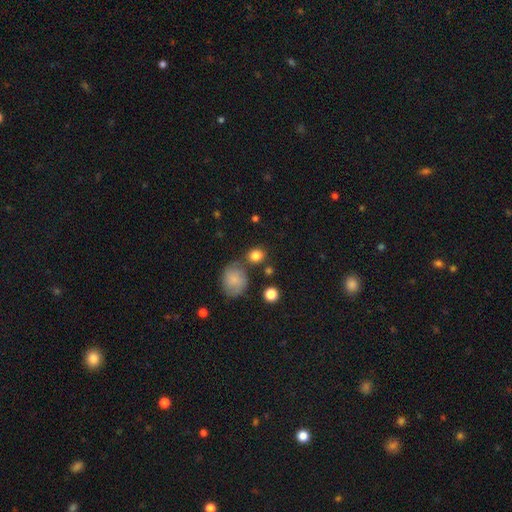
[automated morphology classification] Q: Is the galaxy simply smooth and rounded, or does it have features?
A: smooth — 84%.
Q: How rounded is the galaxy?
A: round — 72%.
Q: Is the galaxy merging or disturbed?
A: none — 71%.